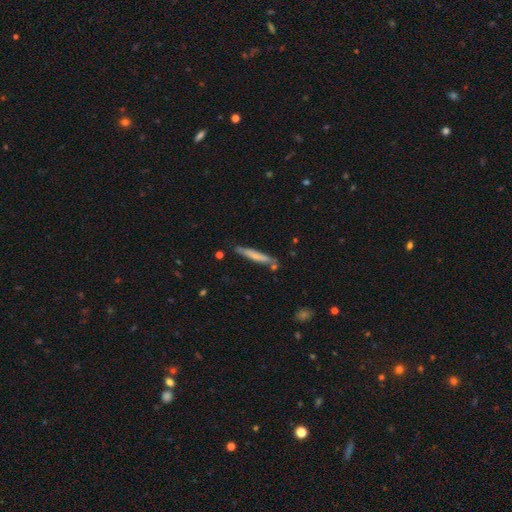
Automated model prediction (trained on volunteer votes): Overall: smooth (62%; featured or disk 32%). How rounded: cigar-shaped (95%). Merging: none (79%).